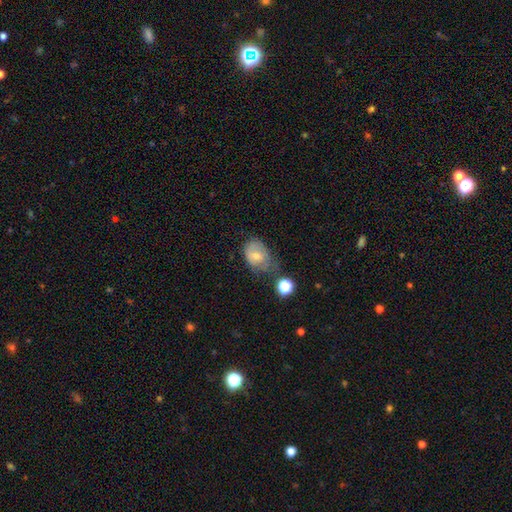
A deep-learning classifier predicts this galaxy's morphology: Q: Smooth or featured?
A: smooth (56%); runner-up: featured or disk (32%)
Q: How rounded?
A: in between (66%); runner-up: round (33%)
Q: Merging?
A: none (39%); runner-up: minor disturbance (36%)